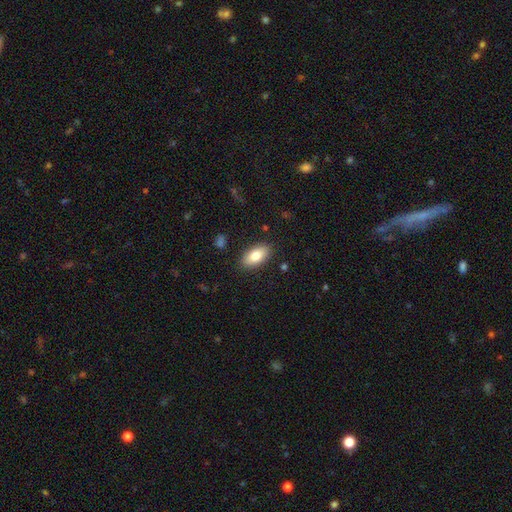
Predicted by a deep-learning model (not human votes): Overall: smooth (80%). How rounded: in between (91%). Merging: none (87%).